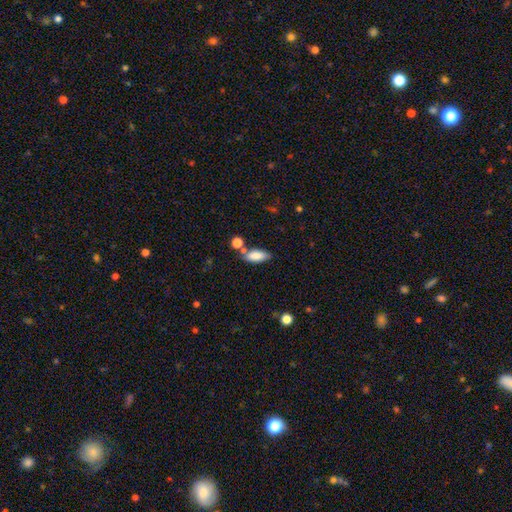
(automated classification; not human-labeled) smooth-or-featured: smooth: 83% | featured or disk: 9% | star or artifact: 7%
  how-rounded: in between: 81% | cigar-shaped: 16% | round: 3%
  merging: none: 67% | minor disturbance: 15% | merger: 14% | major disturbance: 4%